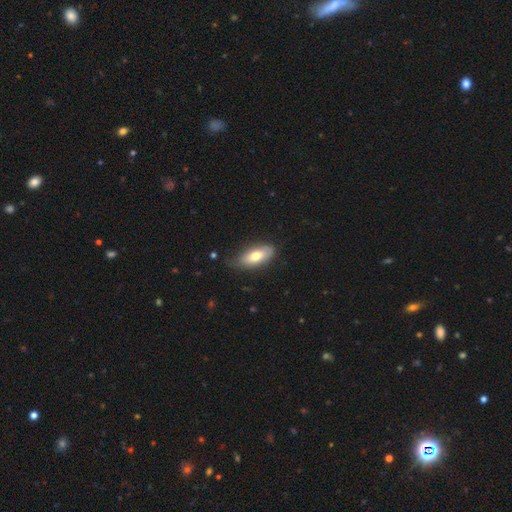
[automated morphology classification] This is likely a smooth galaxy (70%). How rounded: clearly in between (84%). Merging: likely none (64%).